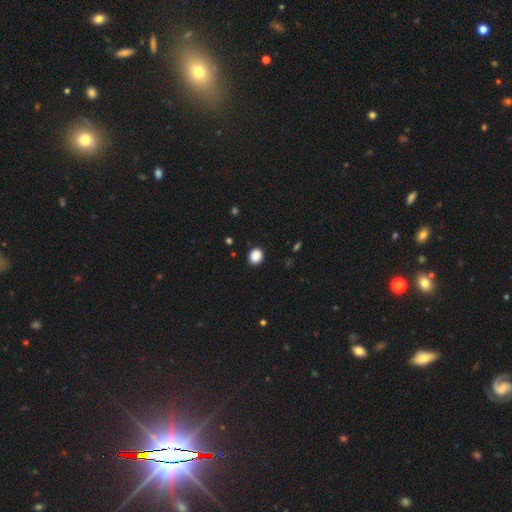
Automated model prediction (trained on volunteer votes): Smooth or featured: smooth — 88% (star or artifact — 9%)
How rounded: round — 69% (in between — 30%)
Merging: none — 91% (minor disturbance — 6%)